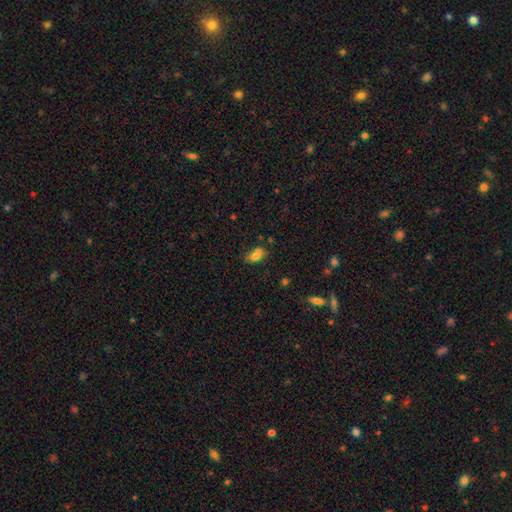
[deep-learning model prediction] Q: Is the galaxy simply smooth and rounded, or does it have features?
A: smooth — 79%.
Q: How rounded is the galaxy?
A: in between — 87%.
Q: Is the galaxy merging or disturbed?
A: none — 65%.